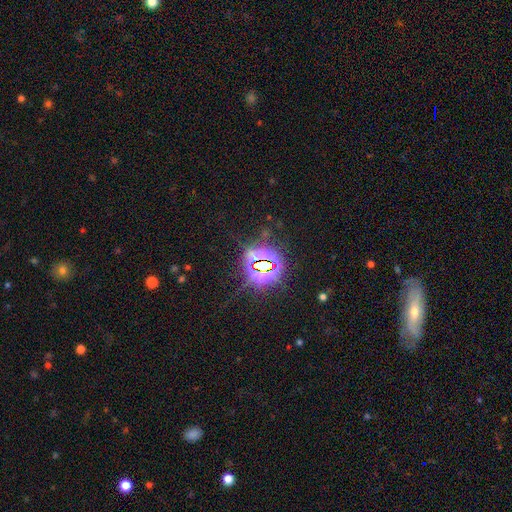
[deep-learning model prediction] smooth_or_featured: star or artifact (p=0.82) [alt: smooth p=0.10]